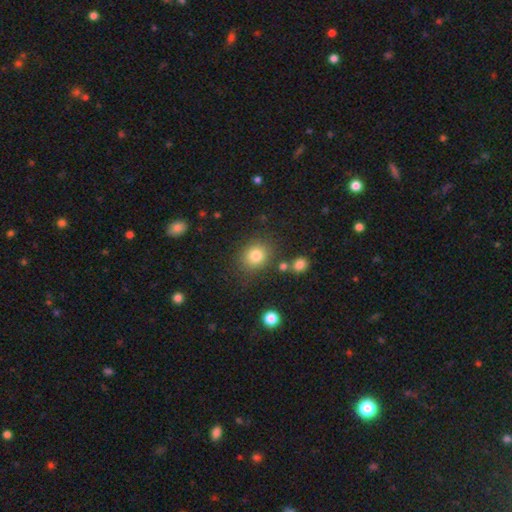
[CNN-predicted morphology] Q: Smooth or featured?
A: smooth (81%); runner-up: star or artifact (12%)
Q: How rounded?
A: round (73%); runner-up: in between (26%)
Q: Merging?
A: none (80%); runner-up: minor disturbance (10%)